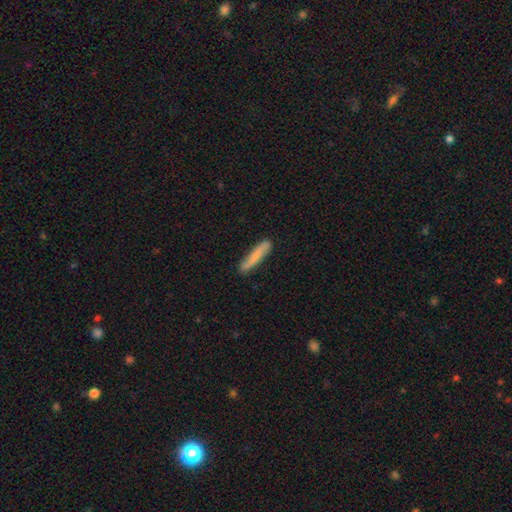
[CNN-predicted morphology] smooth-or-featured: smooth: 71% | featured or disk: 23% | star or artifact: 6%
  how-rounded: cigar-shaped: 92% | in between: 7% | round: 1%
  merging: none: 84% | minor disturbance: 13% | major disturbance: 2% | merger: 2%